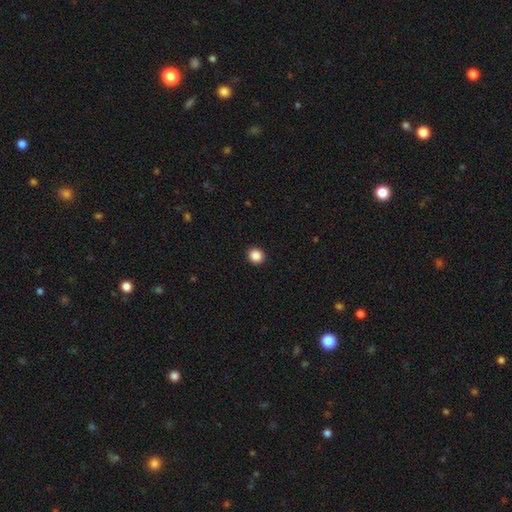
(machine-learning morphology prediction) type=smooth (88%); roundness=round (88%); merging=none (93%).